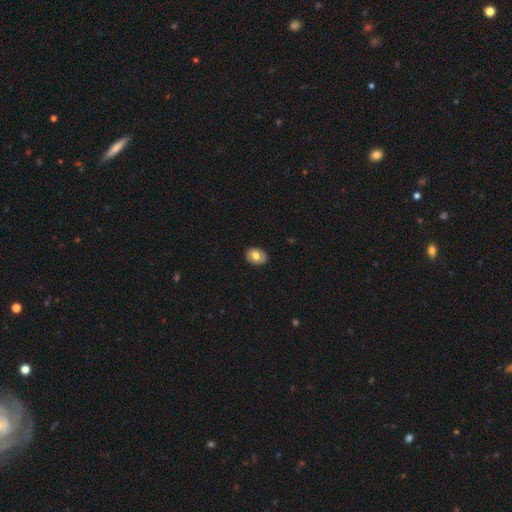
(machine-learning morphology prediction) smooth-or-featured: smooth: 67% | featured or disk: 26% | star or artifact: 7%
  how-rounded: in between: 70% | round: 29% | cigar-shaped: 1%
  merging: none: 87% | minor disturbance: 10% | major disturbance: 2% | merger: 1%